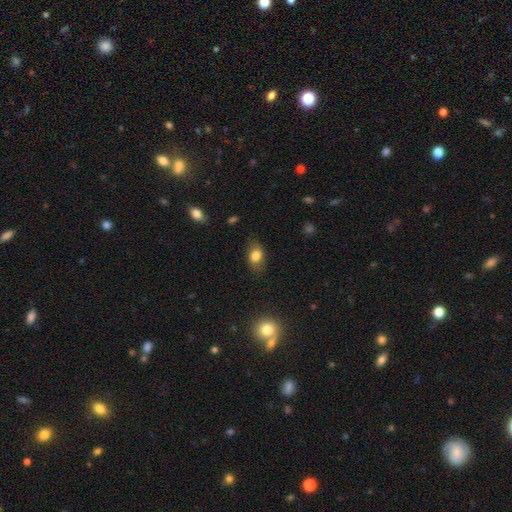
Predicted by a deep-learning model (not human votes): smooth-or-featured: smooth: 79% | featured or disk: 13% | star or artifact: 9%
  how-rounded: in between: 83% | round: 15% | cigar-shaped: 2%
  merging: none: 79% | minor disturbance: 15% | major disturbance: 4% | merger: 1%